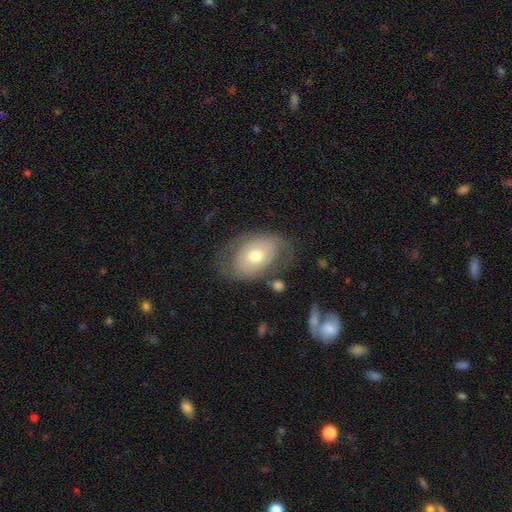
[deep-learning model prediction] Smooth or featured? Predicted: featured or disk (p=0.52). Edge-on disk? Predicted: no (p=0.93). Merging? Predicted: none (p=0.62).